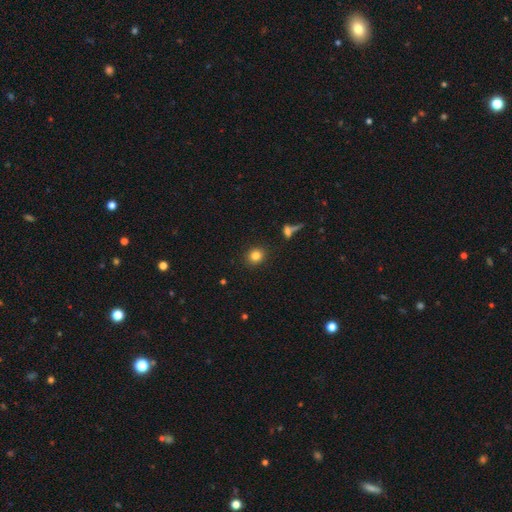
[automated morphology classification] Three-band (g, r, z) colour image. It shows a smooth galaxy with no disk features (82%) that is round (83%). Merging: none (89%).